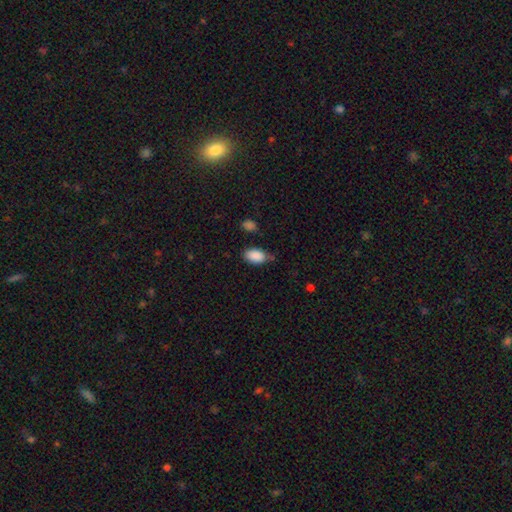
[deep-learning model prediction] This appears to be a smooth galaxy with no disk features (89%) that is in between round and cigar-shaped (92%). Merging: none (67%).